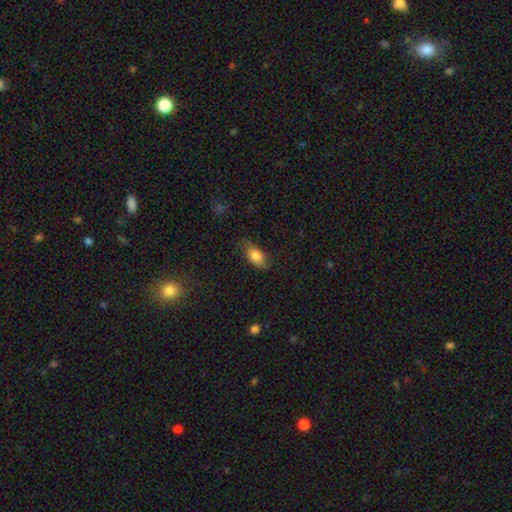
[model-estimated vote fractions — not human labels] Smooth or featured? smooth (75%)
How rounded? in between (86%)
Merging? none (72%)